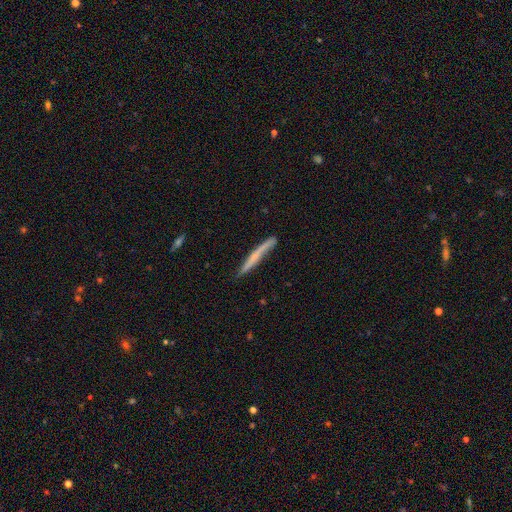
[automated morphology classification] The model was most divided on "smooth or featured": smooth: 51%, featured or disk: 43%, star or artifact: 6%. More confident: how rounded — cigar-shaped (96%); merging — none (76%).